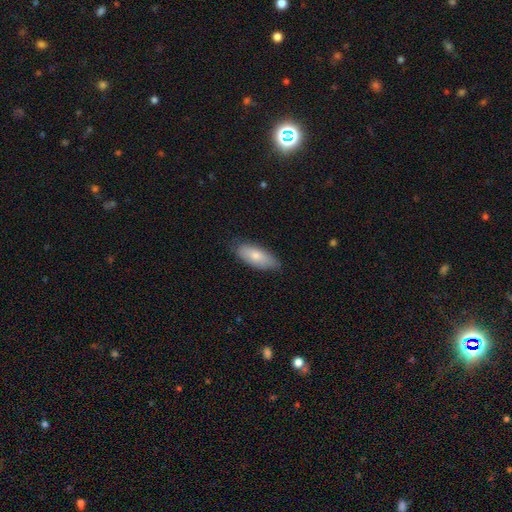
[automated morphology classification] Smooth or featured? Predicted: smooth (p=0.77). How rounded? Predicted: in between (p=0.81). Merging? Predicted: none (p=0.80).